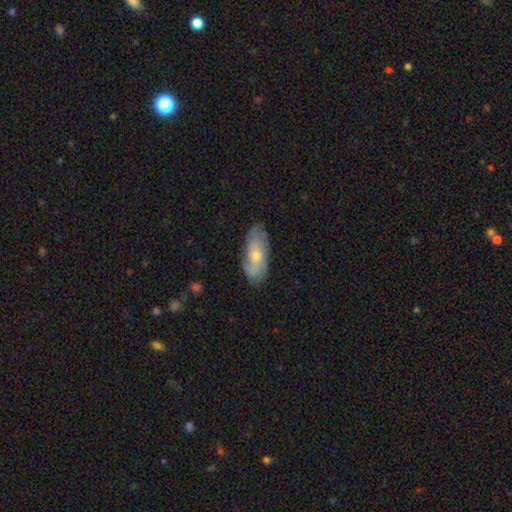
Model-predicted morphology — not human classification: smooth_or_featured: featured or disk (p=0.52) [alt: smooth p=0.41]
disk_edge_on: no (p=0.85) [alt: yes p=0.15]
merging: none (p=0.76) [alt: minor disturbance p=0.18]